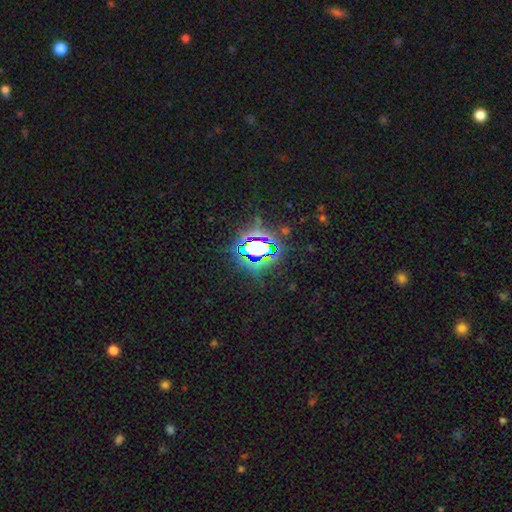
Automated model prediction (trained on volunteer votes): Smooth or featured: star or artifact — 82% (smooth — 11%)